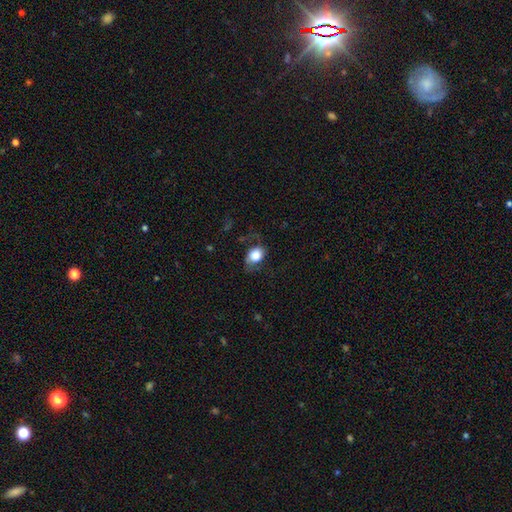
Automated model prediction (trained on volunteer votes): Smooth or featured?
  - smooth: 72% *
  - featured or disk: 20%
  - star or artifact: 8%
How rounded?
  - in between: 67% *
  - round: 32%
  - cigar-shaped: 1%
Merging?
  - none: 56% *
  - minor disturbance: 24%
  - major disturbance: 18%
  - merger: 2%